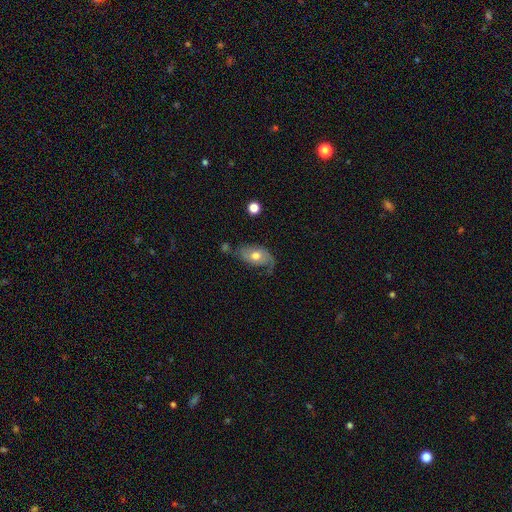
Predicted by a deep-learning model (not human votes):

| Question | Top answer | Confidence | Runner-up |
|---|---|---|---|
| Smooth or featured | featured or disk | 54% | smooth (39%) |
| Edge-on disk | no | 92% | yes (8%) |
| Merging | none | 48% | minor disturbance (30%) |